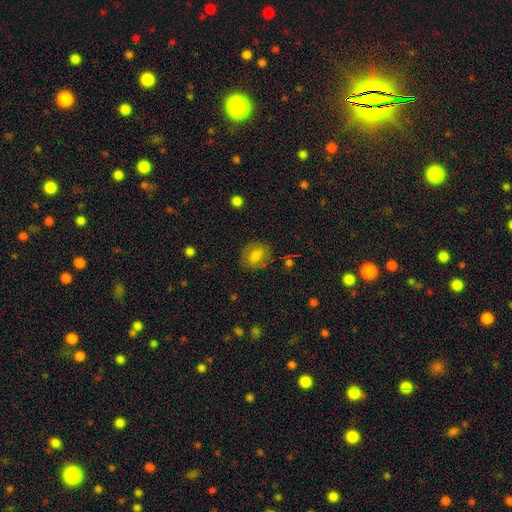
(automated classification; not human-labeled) Smooth or featured?
  - smooth: 72% *
  - featured or disk: 18%
  - star or artifact: 10%
How rounded?
  - round: 56% *
  - in between: 43%
  - cigar-shaped: 1%
Merging?
  - none: 79% *
  - minor disturbance: 14%
  - major disturbance: 5%
  - merger: 2%